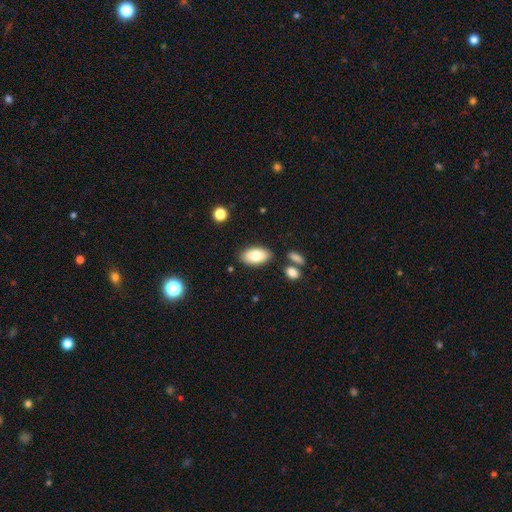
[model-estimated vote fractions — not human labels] Smooth or featured? smooth (78%)
How rounded? in between (94%)
Merging? none (81%)